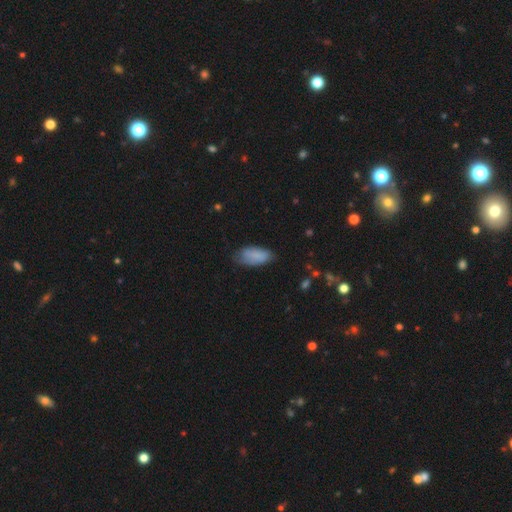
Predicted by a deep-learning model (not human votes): Smooth or featured? Predicted: smooth (p=0.81). How rounded? Predicted: in between (p=0.91). Merging? Predicted: none (p=0.60).